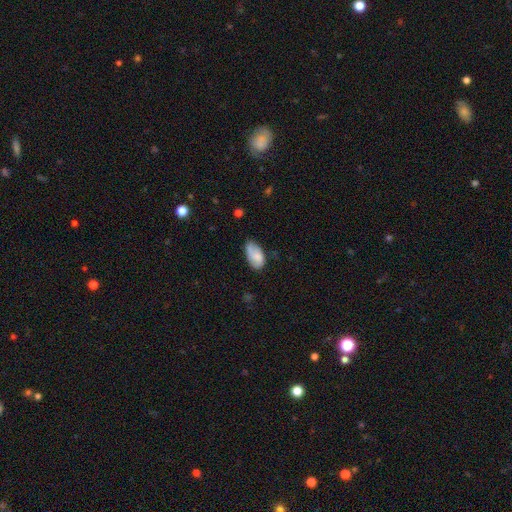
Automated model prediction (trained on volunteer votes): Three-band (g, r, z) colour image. It shows a smooth galaxy with no disk features (72%) that is in between round and cigar-shaped (94%). Merging: none (51%).